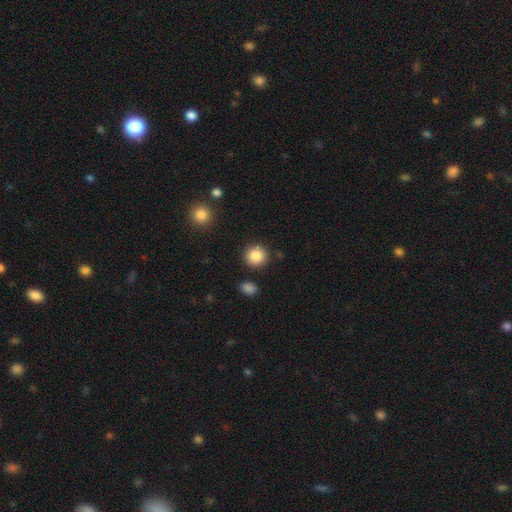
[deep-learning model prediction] Smooth or featured? Predicted: smooth (p=0.87). How rounded? Predicted: round (p=0.92). Merging? Predicted: none (p=0.87).